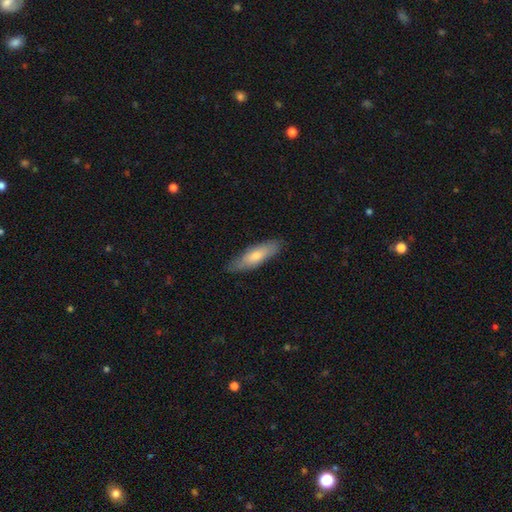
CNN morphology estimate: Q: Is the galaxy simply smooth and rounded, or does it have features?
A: smooth — 63%.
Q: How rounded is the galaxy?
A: cigar-shaped — 59%.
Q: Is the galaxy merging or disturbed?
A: none — 83%.